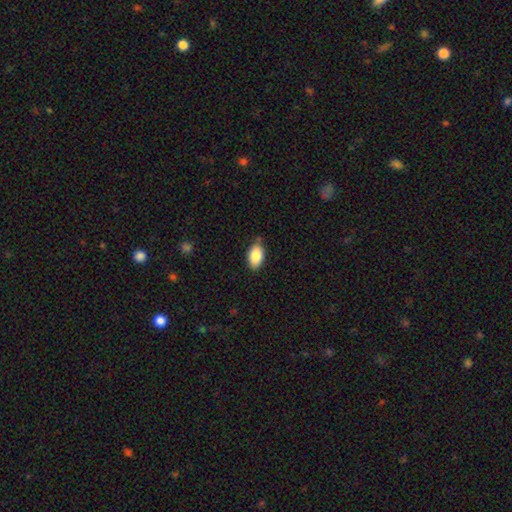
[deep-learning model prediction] Smooth or featured? smooth (85%)
How rounded? in between (93%)
Merging? none (77%)